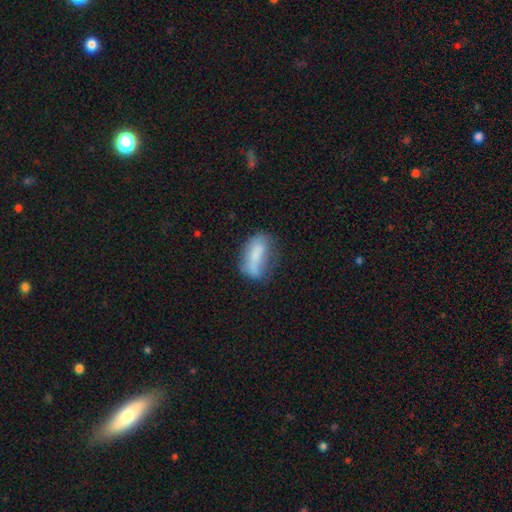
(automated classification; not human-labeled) smooth-or-featured: smooth: 68% | featured or disk: 23% | star or artifact: 9%
  how-rounded: in between: 82% | cigar-shaped: 14% | round: 5%
  merging: none: 43% | minor disturbance: 31% | major disturbance: 19% | merger: 8%